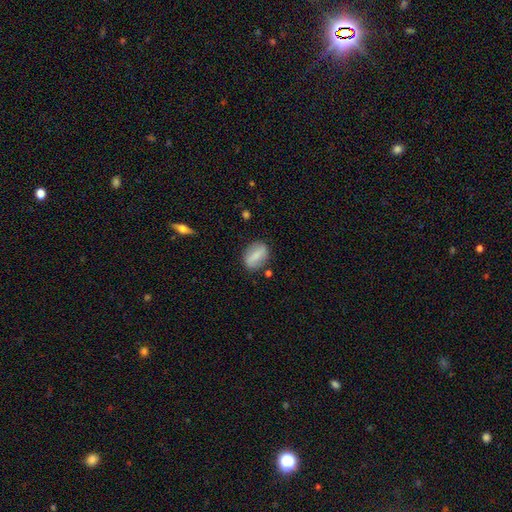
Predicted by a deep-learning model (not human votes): Smooth or featured: smooth — 67% (featured or disk — 25%)
How rounded: in between — 75% (round — 19%)
Merging: none — 81% (minor disturbance — 12%)